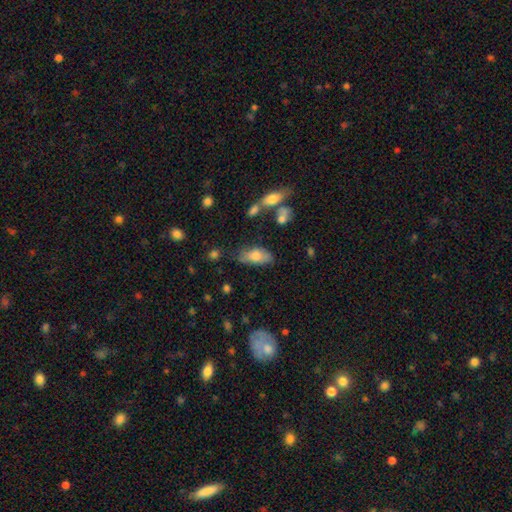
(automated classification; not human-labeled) This appears to be a smooth galaxy with no disk features (72%) that is in between round and cigar-shaped (87%). Merging: none (64%).